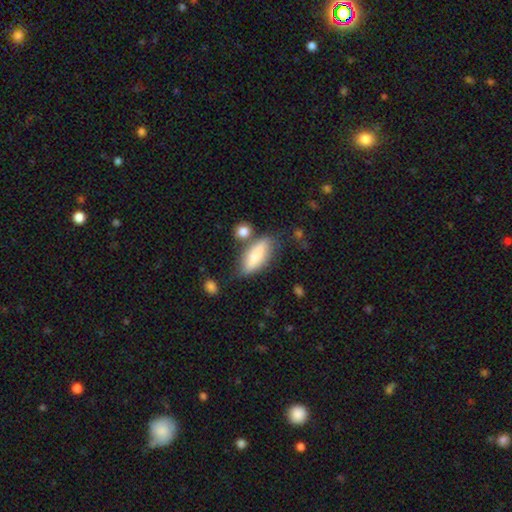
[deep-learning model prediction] Smooth or featured: smooth — 74% (featured or disk — 19%)
How rounded: in between — 65% (cigar-shaped — 32%)
Merging: none — 59% (minor disturbance — 22%)